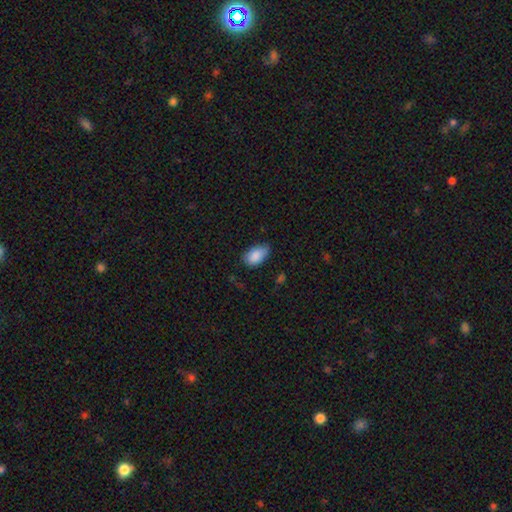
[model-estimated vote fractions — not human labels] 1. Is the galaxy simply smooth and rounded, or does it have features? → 88% smooth, 7% star or artifact, 5% featured or disk.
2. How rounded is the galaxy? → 93% in between, 6% round, 2% cigar-shaped.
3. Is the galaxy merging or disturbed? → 65% none, 29% minor disturbance, 5% major disturbance, 1% merger.